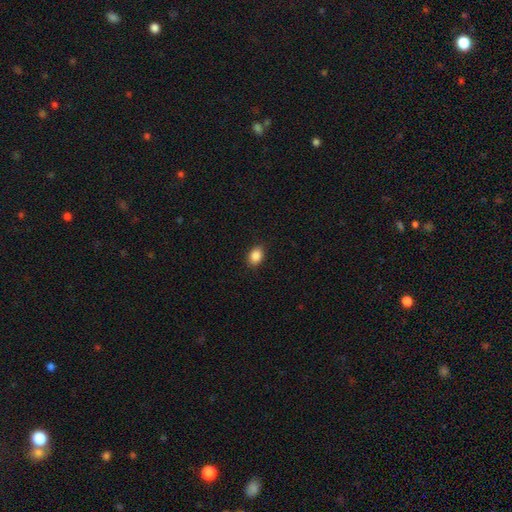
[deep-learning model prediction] Overall: smooth (88%). How rounded: in between (75%). Merging: none (89%).